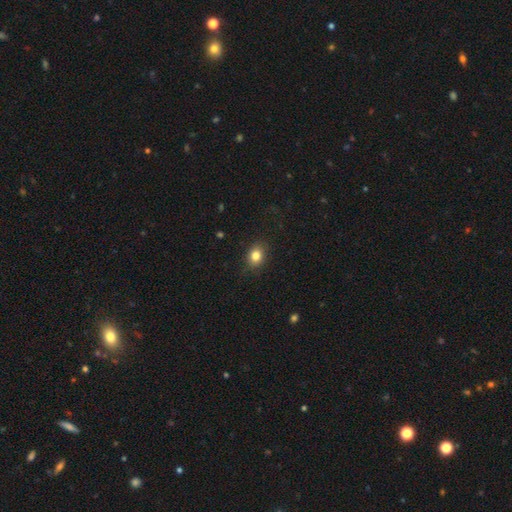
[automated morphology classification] Smooth or featured? smooth (83%)
How rounded? in between (51%)
Merging? none (86%)